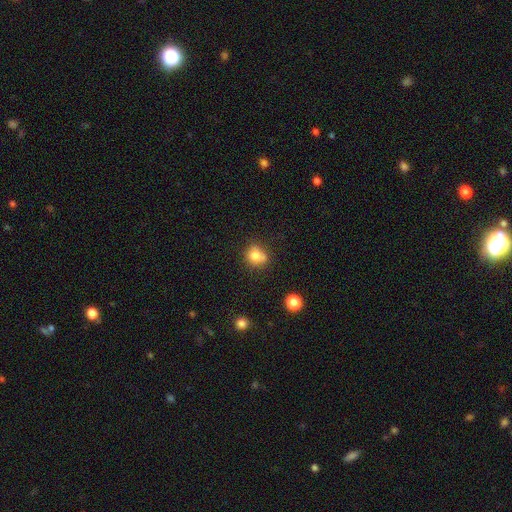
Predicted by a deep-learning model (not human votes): Morphology: type=smooth (77%); roundness=round (80%); merging=none (56%).